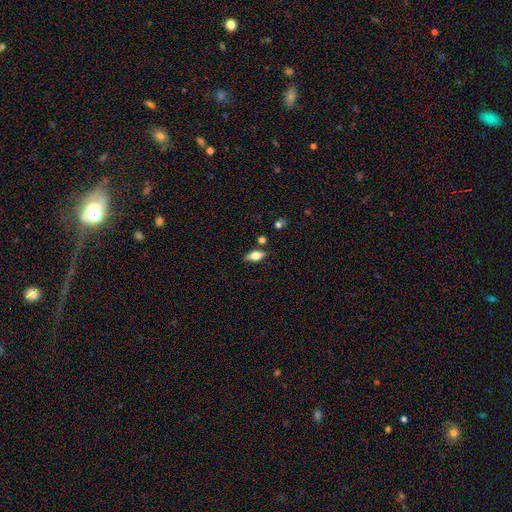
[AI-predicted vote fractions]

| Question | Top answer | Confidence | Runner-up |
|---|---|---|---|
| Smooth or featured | smooth | 62% | featured or disk (29%) |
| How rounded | in between | 83% | cigar-shaped (12%) |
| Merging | none | 80% | minor disturbance (12%) |